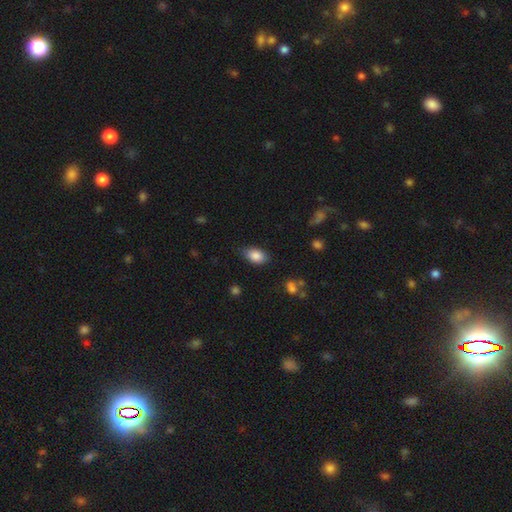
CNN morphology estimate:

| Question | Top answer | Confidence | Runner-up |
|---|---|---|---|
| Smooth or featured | smooth | 86% | star or artifact (7%) |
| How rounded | in between | 90% | round (7%) |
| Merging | none | 78% | minor disturbance (17%) |